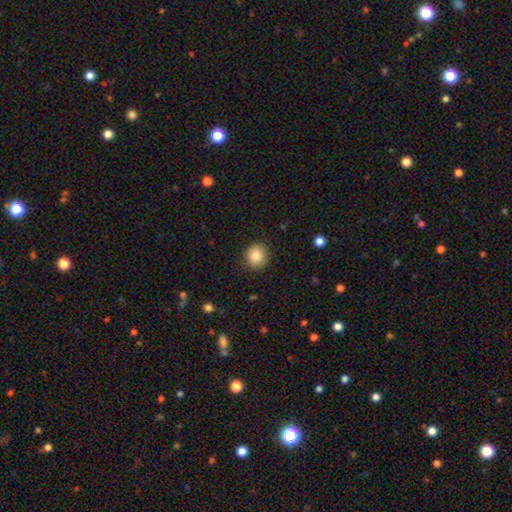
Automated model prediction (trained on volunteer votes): smooth 84%, star or artifact 9%, featured or disk 7%. Down the decision tree: how rounded — round (87%); merging — none (88%).